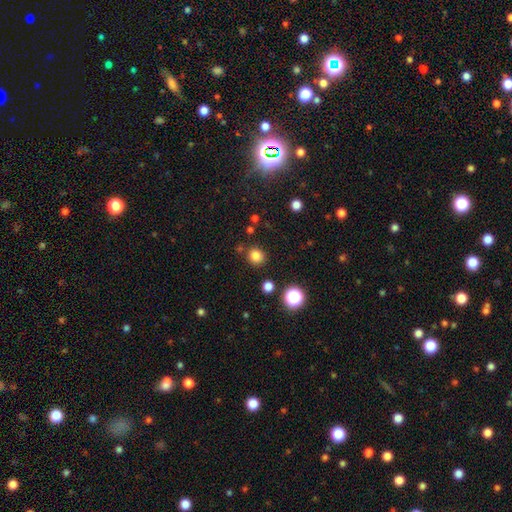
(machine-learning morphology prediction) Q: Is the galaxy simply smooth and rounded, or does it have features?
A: smooth — 82%.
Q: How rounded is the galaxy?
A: round — 86%.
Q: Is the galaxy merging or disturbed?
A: none — 85%.